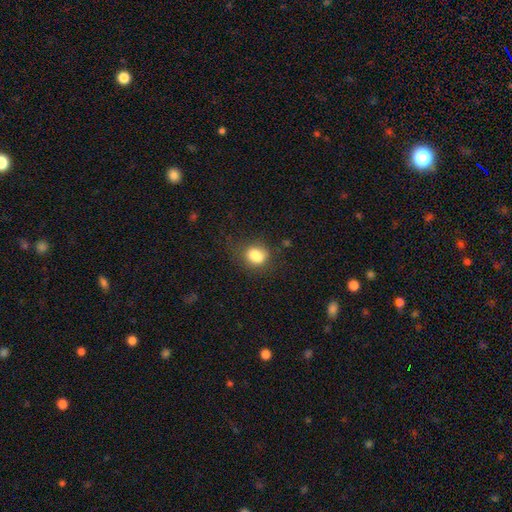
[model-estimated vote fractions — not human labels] Smooth or featured? Predicted: smooth (p=0.81). How rounded? Predicted: in between (p=0.55). Merging? Predicted: none (p=0.58).